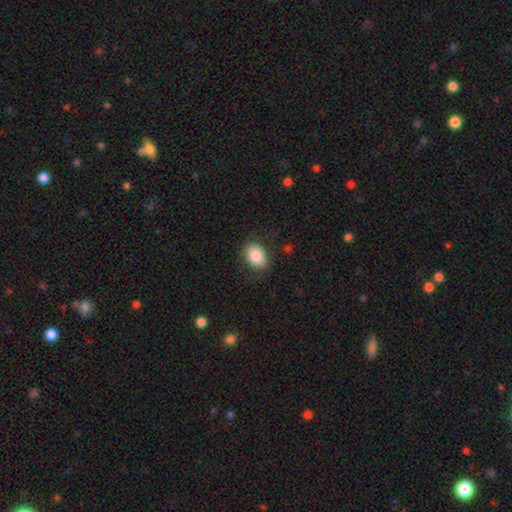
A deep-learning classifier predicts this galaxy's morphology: A smooth galaxy with no disk features (84%) that is in between round and cigar-shaped (76%). Merging: none (83%).